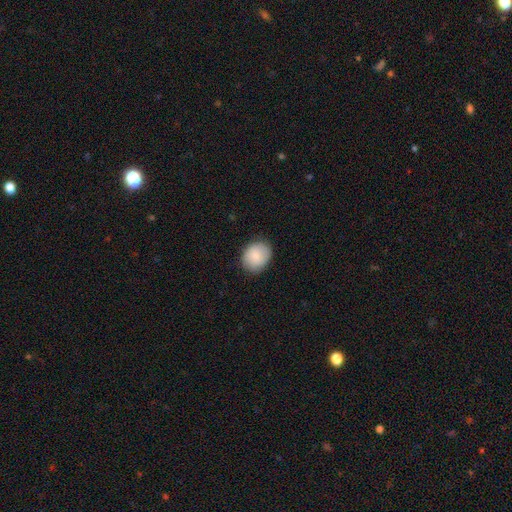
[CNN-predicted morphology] type=smooth (82%); roundness=round (60%); merging=none (83%).